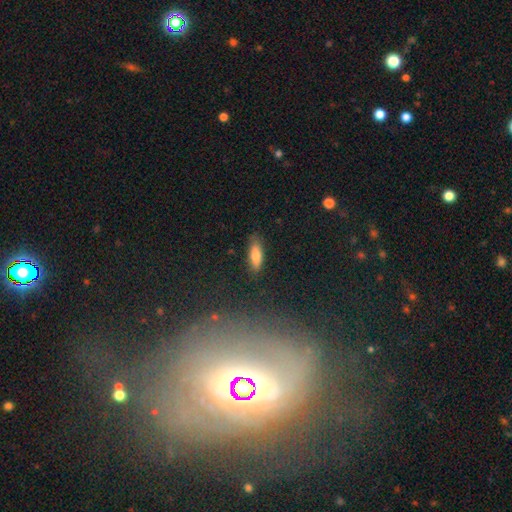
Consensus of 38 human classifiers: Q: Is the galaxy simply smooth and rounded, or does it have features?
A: smooth — 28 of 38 (74%).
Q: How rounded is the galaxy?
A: cigar-shaped — 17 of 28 (61%).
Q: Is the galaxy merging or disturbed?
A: none — 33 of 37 (89%).